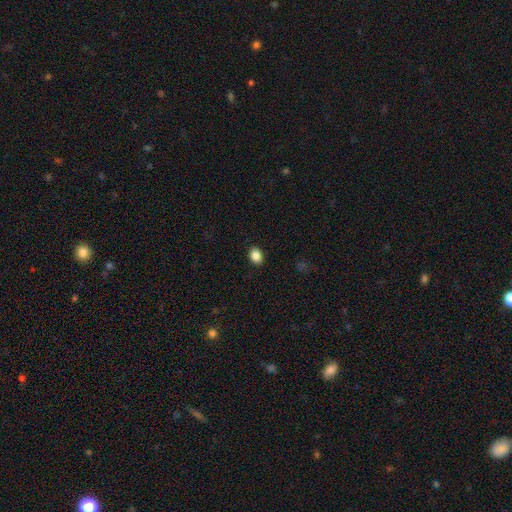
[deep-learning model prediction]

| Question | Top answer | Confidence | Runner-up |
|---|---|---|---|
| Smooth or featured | smooth | 87% | star or artifact (9%) |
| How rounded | in between | 67% | round (32%) |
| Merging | none | 90% | minor disturbance (7%) |